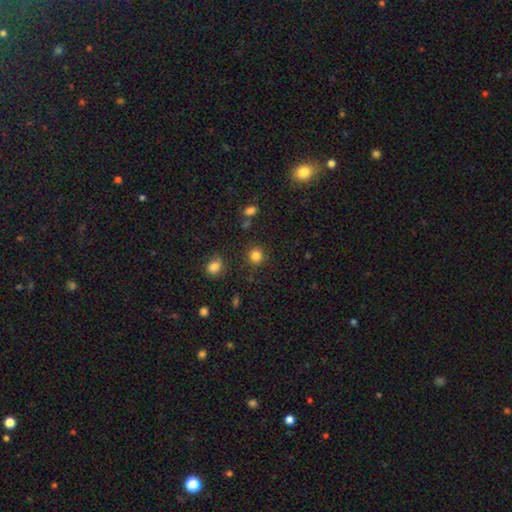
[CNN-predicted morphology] Smooth or featured?
  - smooth: 83% *
  - star or artifact: 12%
  - featured or disk: 5%
How rounded?
  - round: 90% *
  - in between: 9%
  - cigar-shaped: 1%
Merging?
  - none: 86% *
  - minor disturbance: 8%
  - major disturbance: 3%
  - merger: 3%